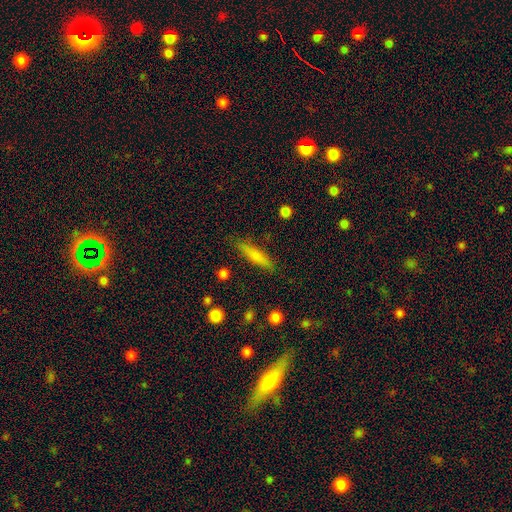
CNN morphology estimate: Smooth or featured? smooth (72%)
How rounded? cigar-shaped (83%)
Merging? none (84%)